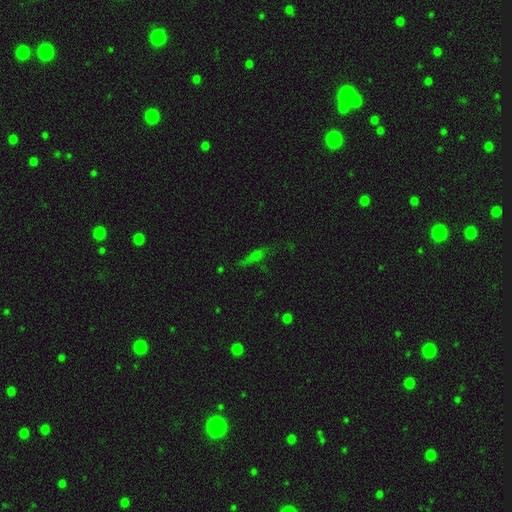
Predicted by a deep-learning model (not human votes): smooth 52%, featured or disk 25%, star or artifact 24%. Down the decision tree: how rounded — cigar-shaped (70%); merging — none (66%).